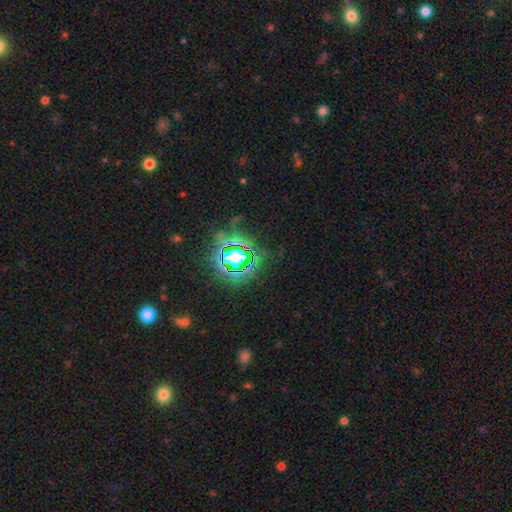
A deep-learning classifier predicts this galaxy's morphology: Smooth or featured? star or artifact (79%)